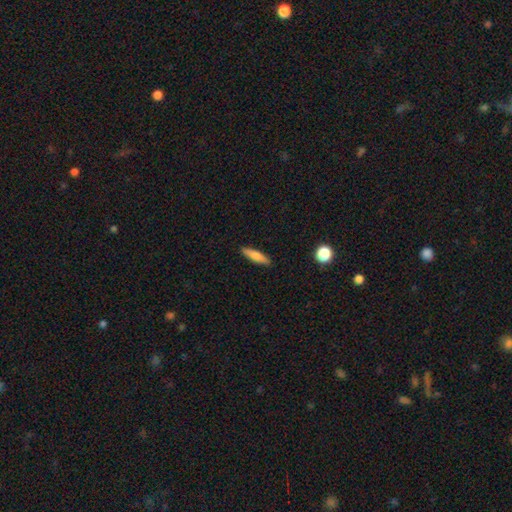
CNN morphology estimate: Smooth or featured: smooth — 72% (featured or disk — 21%)
How rounded: cigar-shaped — 76% (in between — 22%)
Merging: none — 90% (minor disturbance — 7%)